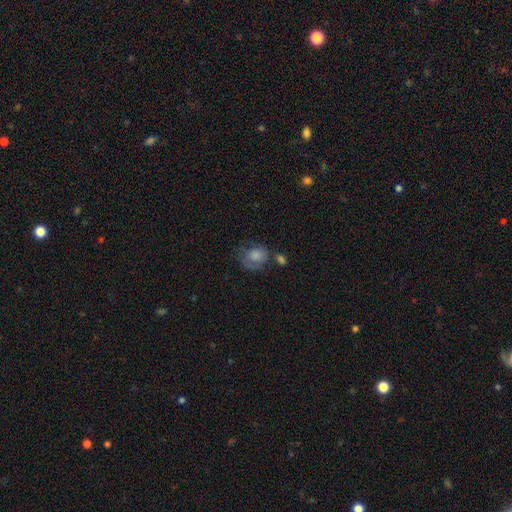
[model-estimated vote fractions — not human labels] Smooth or featured?
  - smooth: 77% *
  - featured or disk: 15%
  - star or artifact: 8%
How rounded?
  - round: 59% *
  - in between: 40%
  - cigar-shaped: 1%
Merging?
  - none: 46% *
  - minor disturbance: 28%
  - major disturbance: 15%
  - merger: 12%